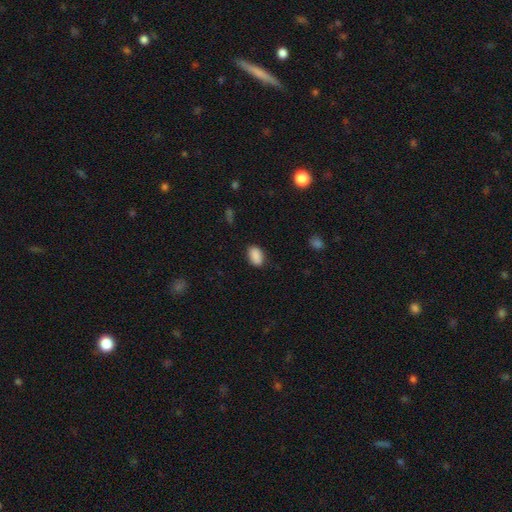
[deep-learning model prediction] Smooth or featured: smooth — 89% (star or artifact — 8%)
How rounded: in between — 89% (round — 9%)
Merging: none — 83% (minor disturbance — 13%)